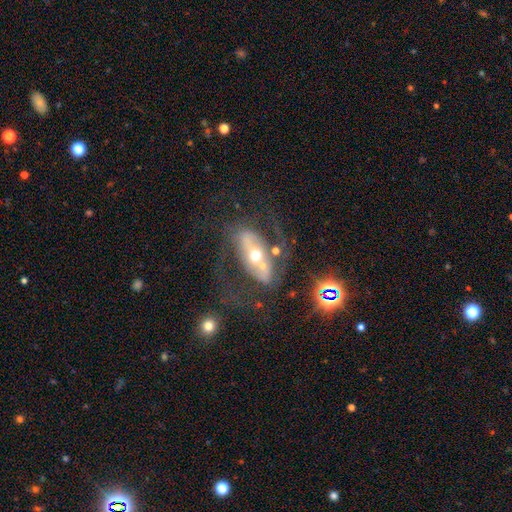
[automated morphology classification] The model was most divided on "spiral arms": yes: 52%, no: 48%. Remaining: edge-on disk — no (87%); smooth or featured — featured or disk (69%); bulge size — moderate (67%); merging — none (51%); bar — no (42%).